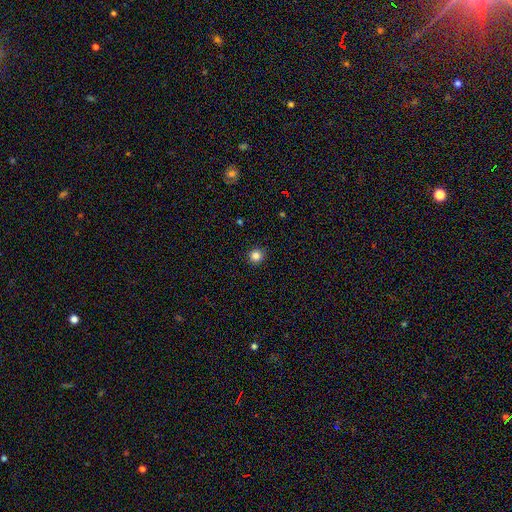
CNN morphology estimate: Smooth or featured: smooth — 84% (star or artifact — 12%)
How rounded: round — 93% (in between — 6%)
Merging: none — 91% (minor disturbance — 6%)